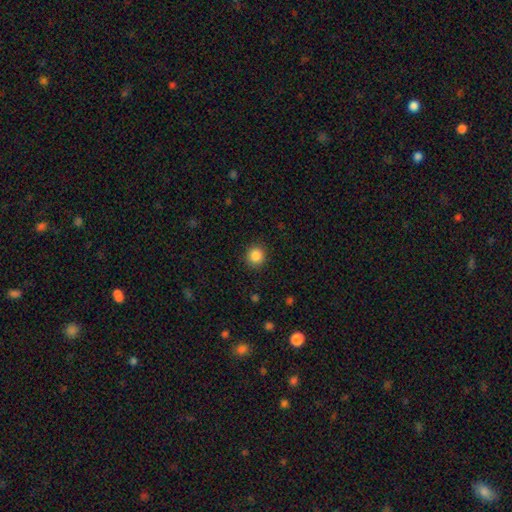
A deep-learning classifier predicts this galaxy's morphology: A smooth galaxy with no disk features (87%) that is round (92%). Merging: none (91%).